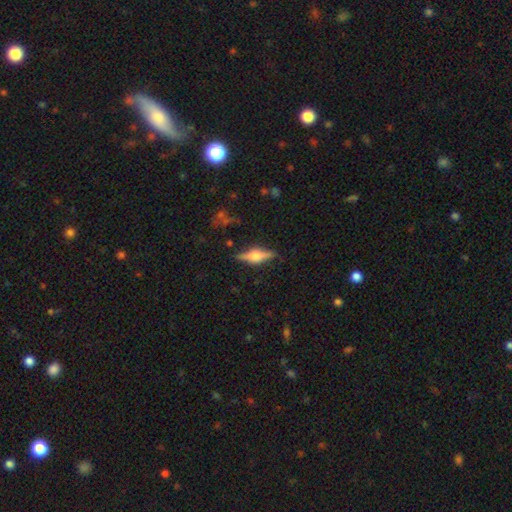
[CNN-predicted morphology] The model was most divided on "smooth or featured": featured or disk: 71%, smooth: 22%, star or artifact: 7%. More confident: edge-on disk — yes (96%); edge-on bulge — rounded (90%); merging — none (84%).